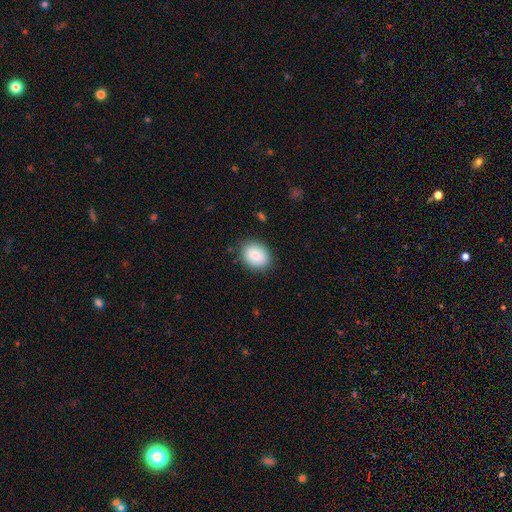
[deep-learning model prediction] Morphology: type=smooth (86%); roundness=in between (55%); merging=none (86%).